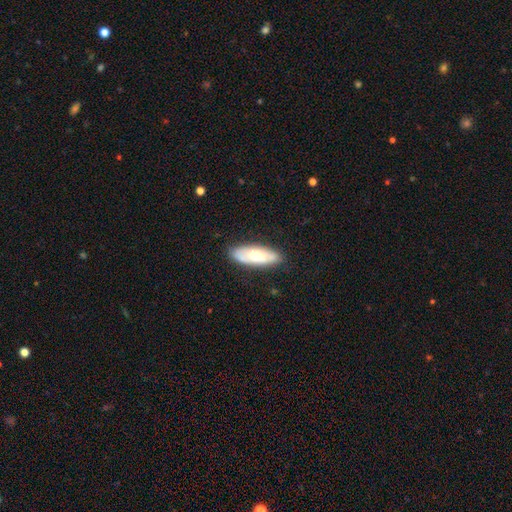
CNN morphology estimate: This is likely a smooth galaxy (61%). How rounded: likely in between (67%). Merging: clearly none (84%).